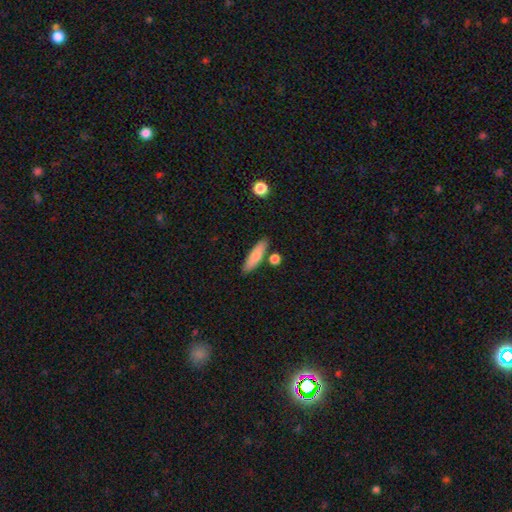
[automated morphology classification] This is likely a smooth galaxy (80%). How rounded: likely cigar-shaped (66%). Merging: likely none (80%).